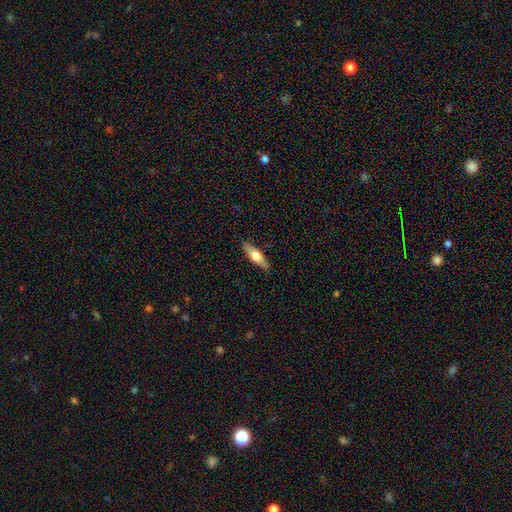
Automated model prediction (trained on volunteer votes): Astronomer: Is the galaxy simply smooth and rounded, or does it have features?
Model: smooth — 51% (runner-up: featured or disk, 44%).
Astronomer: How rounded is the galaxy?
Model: cigar-shaped — 54% (runner-up: in between, 43%).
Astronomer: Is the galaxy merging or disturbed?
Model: none — 87%.